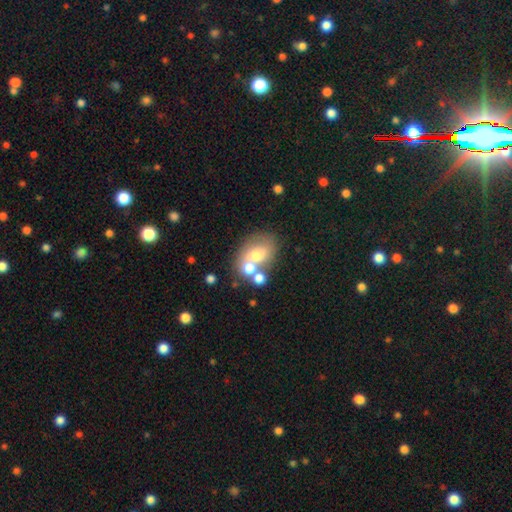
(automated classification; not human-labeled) smooth_or_featured: smooth (p=0.61) [alt: featured or disk p=0.27]
how_rounded: in between (p=0.64) [alt: round p=0.35]
merging: none (p=0.41) [alt: merger p=0.39]